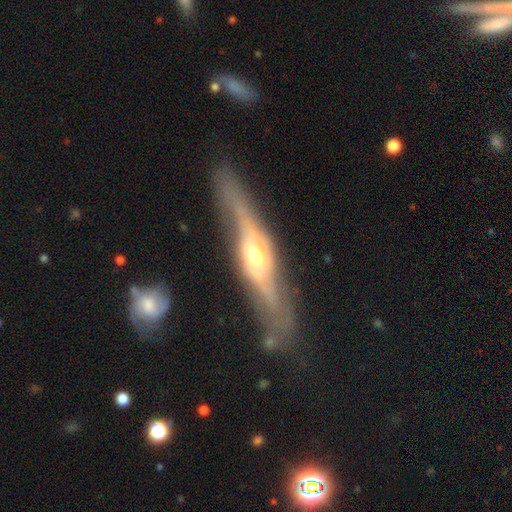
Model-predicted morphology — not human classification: This is likely a featured or disk galaxy (79%). It is likely viewed edge-on (77%). Edge-on bulge: clearly rounded (86%). Merging: likely none (66%).